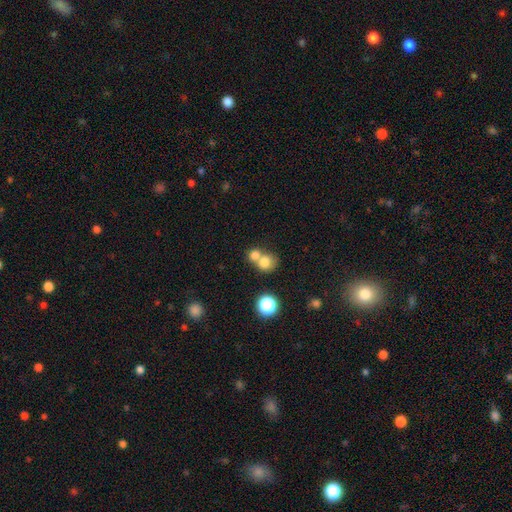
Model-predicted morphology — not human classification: Smooth or featured? smooth (75%)
How rounded? round (73%)
Merging? merger (60%)